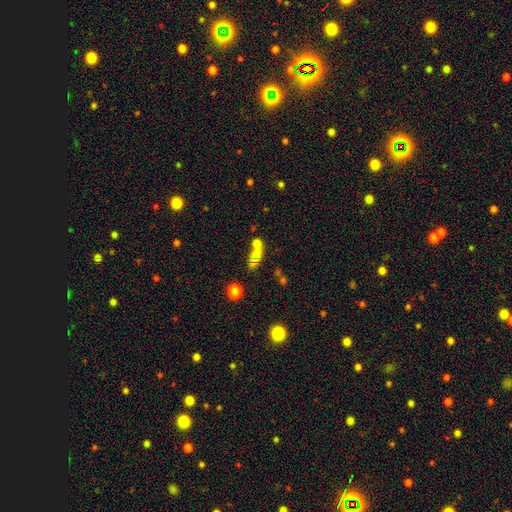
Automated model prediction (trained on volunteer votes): A smooth galaxy with no disk features (58%) that is in between round and cigar-shaped (53%).

Vote fractions:
- Smooth or featured? smooth: 58% / featured or disk: 25% / star or artifact: 16%
- How rounded? in between: 53% / round: 32% / cigar-shaped: 15%
- Merging? merger: 51% / none: 32% / minor disturbance: 10% / major disturbance: 7%